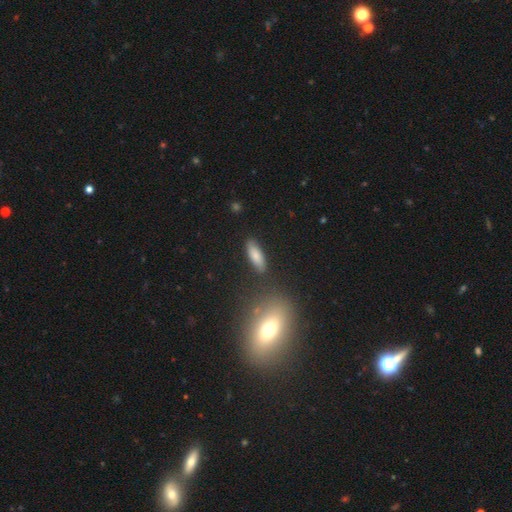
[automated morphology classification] Smooth or featured? Predicted: smooth (p=0.80). How rounded? Predicted: in between (p=0.61). Merging? Predicted: none (p=0.83).